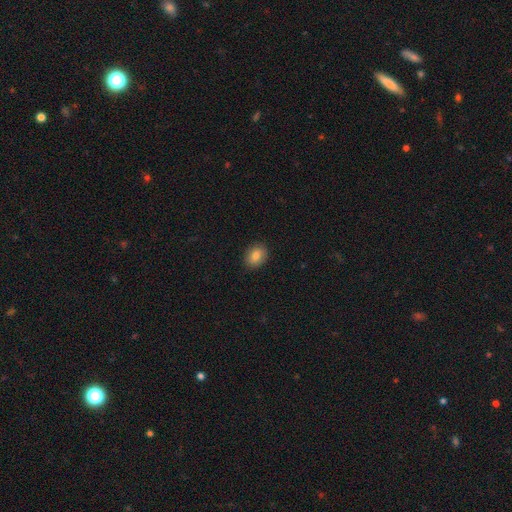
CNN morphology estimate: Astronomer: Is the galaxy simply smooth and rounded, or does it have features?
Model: smooth — 83%.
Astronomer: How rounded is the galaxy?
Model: in between — 53% (runner-up: round, 46%).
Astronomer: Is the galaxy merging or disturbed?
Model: none — 89%.